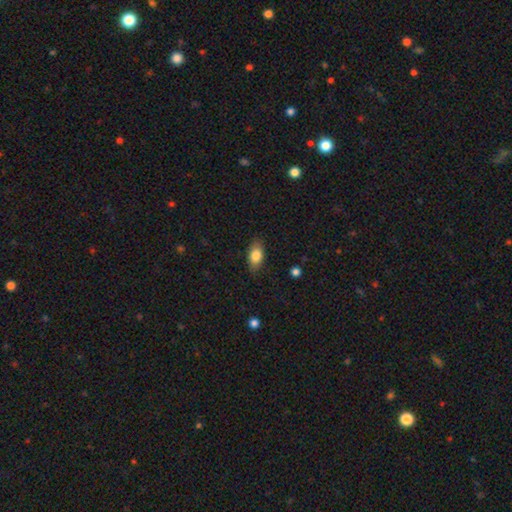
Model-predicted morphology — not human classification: A smooth galaxy with no disk features (81%) that is in between round and cigar-shaped (88%).

Vote fractions:
- Smooth or featured? smooth: 81% / featured or disk: 12% / star or artifact: 7%
- How rounded? in between: 88% / cigar-shaped: 7% / round: 5%
- Merging? none: 85% / minor disturbance: 11% / major disturbance: 3% / merger: 1%